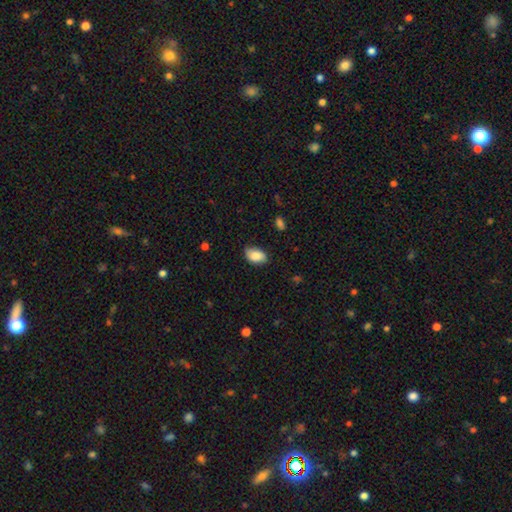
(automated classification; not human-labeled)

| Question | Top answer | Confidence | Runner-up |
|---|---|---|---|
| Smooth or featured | smooth | 82% | featured or disk (11%) |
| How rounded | in between | 90% | round (9%) |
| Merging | none | 74% | minor disturbance (21%) |